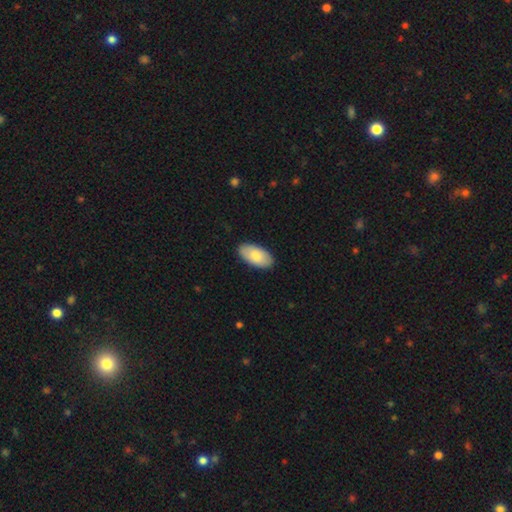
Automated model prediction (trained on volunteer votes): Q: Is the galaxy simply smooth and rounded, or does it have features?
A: smooth — 80%.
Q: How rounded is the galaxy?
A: in between — 96%.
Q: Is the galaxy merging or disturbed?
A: none — 89%.